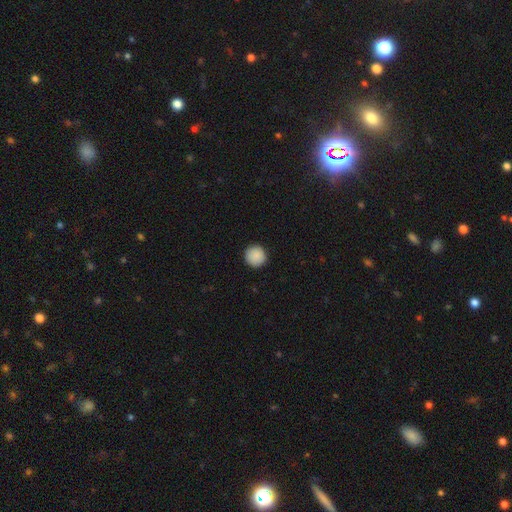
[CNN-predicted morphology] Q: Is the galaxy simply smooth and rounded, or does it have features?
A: smooth — 90%.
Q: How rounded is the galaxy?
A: round — 96%.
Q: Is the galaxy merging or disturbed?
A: none — 92%.